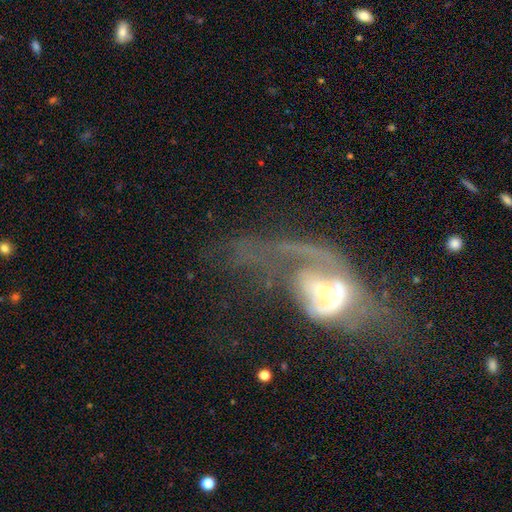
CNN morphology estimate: smooth-or-featured: featured or disk: 71% | smooth: 17% | star or artifact: 12%
  disk-edge-on: no: 91% | yes: 9%
    bar: no: 50% | weak: 34% | strong: 16%
    has-spiral-arms: yes: 59% | no: 41%
    bulge-size: moderate: 47% | small: 33% | large: 12% | none: 5% | dominant: 3%
  merging: major disturbance: 54% | none: 22% | minor disturbance: 12% | merger: 11%